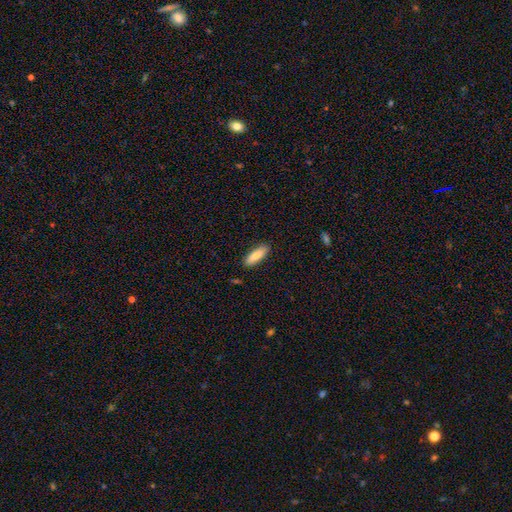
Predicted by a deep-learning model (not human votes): This appears to be a smooth galaxy with no disk features (80%) that is in between round and cigar-shaped (51%). Merging: none (88%).